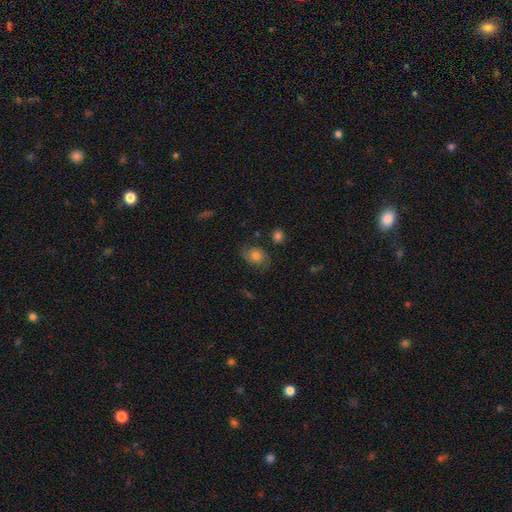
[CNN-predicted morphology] This is possibly a smooth galaxy (52%). How rounded: likely in between (63%). Merging: likely none (69%).